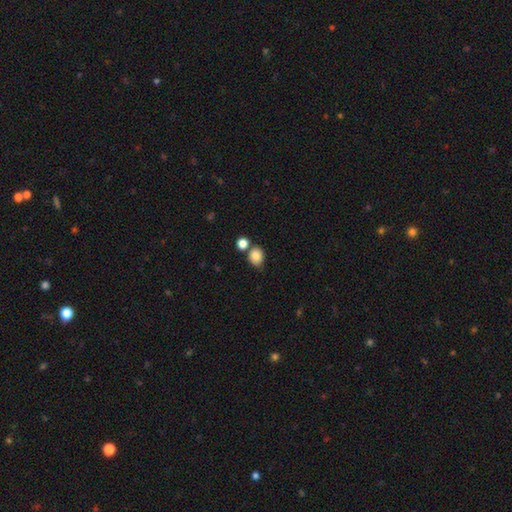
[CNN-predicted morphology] smooth-or-featured: smooth: 84% | star or artifact: 10% | featured or disk: 6%
  how-rounded: round: 57% | in between: 43% | cigar-shaped: 1%
  merging: none: 62% | merger: 19% | minor disturbance: 14% | major disturbance: 4%